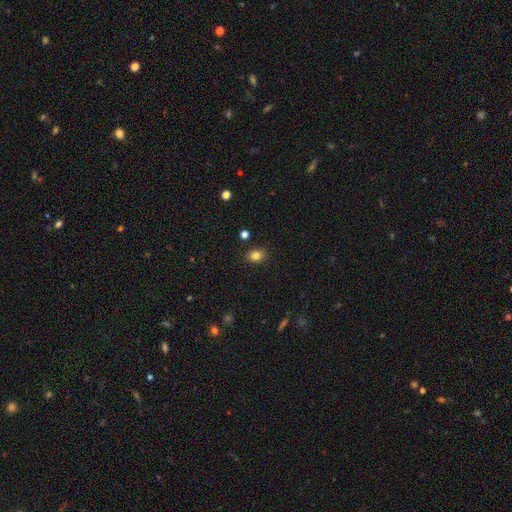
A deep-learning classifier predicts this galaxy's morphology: Smooth or featured: smooth — 82% (star or artifact — 12%)
How rounded: round — 50% (in between — 49%)
Merging: none — 88% (minor disturbance — 8%)